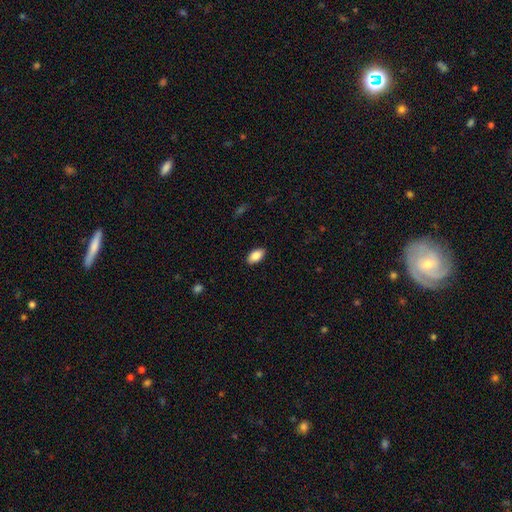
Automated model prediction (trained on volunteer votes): The model was most divided on "merging": none: 89%, minor disturbance: 9%, major disturbance: 2%, merger: 1%. More confident: how rounded — in between (94%); smooth or featured — smooth (88%).